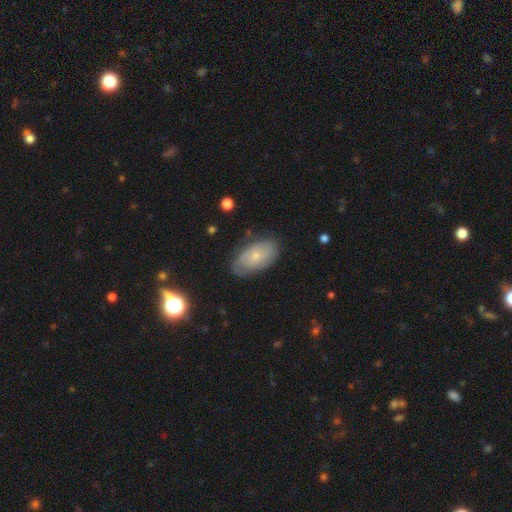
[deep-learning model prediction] Morphology: type=smooth (47%); merging=none (74%).